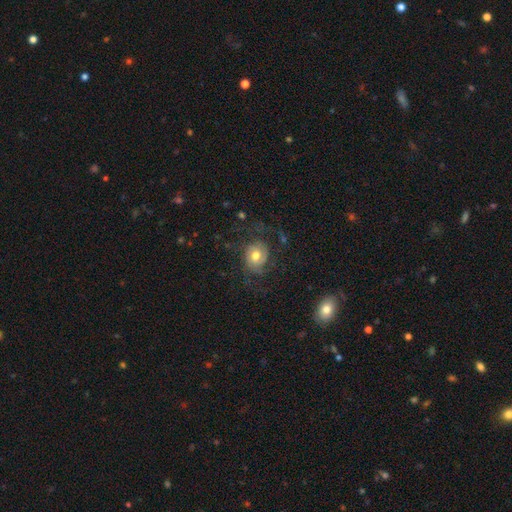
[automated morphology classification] Smooth or featured: featured or disk — 63% (smooth — 28%)
Edge-on disk: no — 97% (yes — 3%)
Bar: no — 72% (weak — 23%)
Spiral arms: yes — 85% (no — 15%)
Spiral winding: tight — 38% (medium — 37%)
Spiral arm count: 2 — 35% (can't tell — 27%)
Bulge size: moderate — 73% (large — 13%)
Merging: none — 57% (major disturbance — 23%)